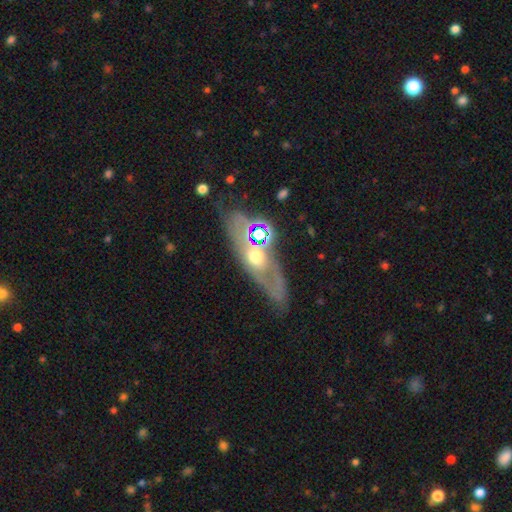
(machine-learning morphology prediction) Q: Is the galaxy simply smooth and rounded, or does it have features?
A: featured or disk — 60%.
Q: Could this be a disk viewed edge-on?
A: no — 67%.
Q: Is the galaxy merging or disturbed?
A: none — 63%.